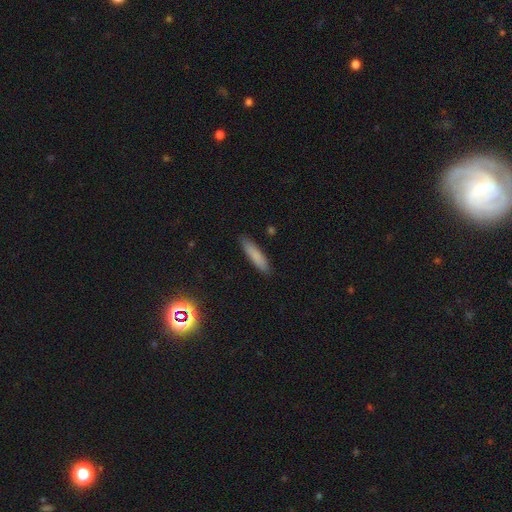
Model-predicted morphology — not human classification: Smooth or featured: smooth — 81% (featured or disk — 10%)
How rounded: cigar-shaped — 80% (in between — 19%)
Merging: none — 88% (minor disturbance — 9%)